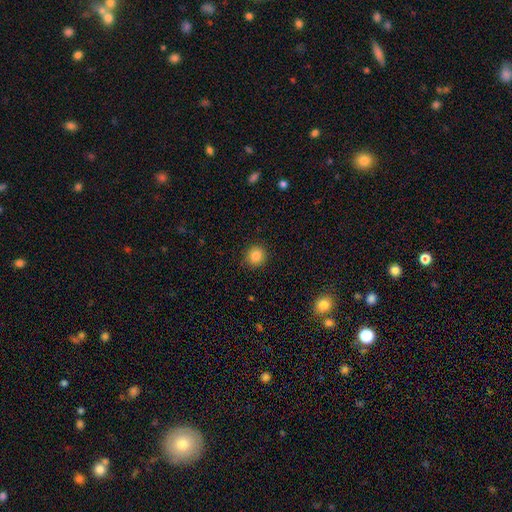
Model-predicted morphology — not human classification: This is clearly a smooth galaxy (85%). How rounded: clearly round (90%). Merging: clearly none (90%).